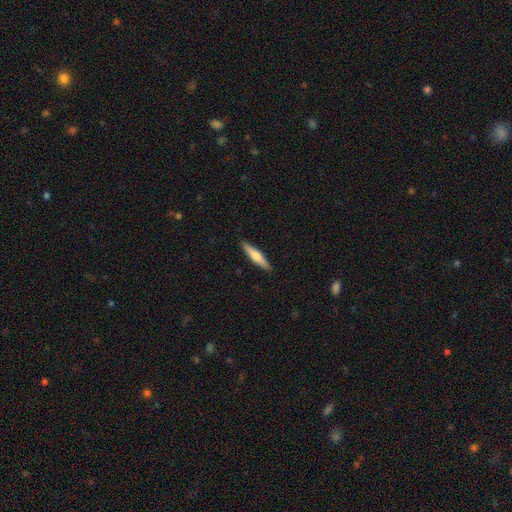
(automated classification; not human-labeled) smooth-or-featured: smooth: 61% | featured or disk: 34% | star or artifact: 5%
  how-rounded: cigar-shaped: 86% | in between: 12% | round: 1%
  merging: none: 90% | minor disturbance: 7% | major disturbance: 2% | merger: 1%